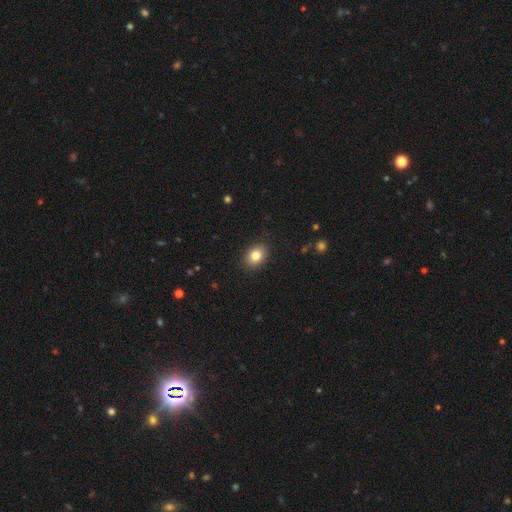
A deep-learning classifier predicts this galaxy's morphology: Smooth or featured? smooth (83%)
How rounded? in between (65%)
Merging? none (89%)